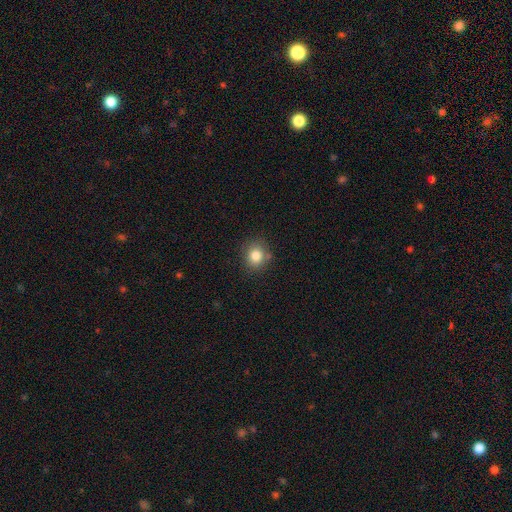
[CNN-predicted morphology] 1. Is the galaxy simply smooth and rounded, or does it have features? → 82% smooth, 11% star or artifact, 7% featured or disk.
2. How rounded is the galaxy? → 78% round, 21% in between, 1% cigar-shaped.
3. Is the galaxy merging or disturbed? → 80% none, 12% minor disturbance, 4% merger, 3% major disturbance.